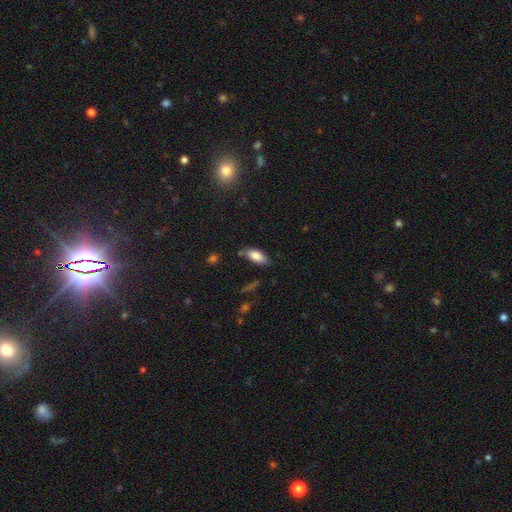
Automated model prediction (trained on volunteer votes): This is clearly a smooth galaxy (82%). How rounded: clearly in between (86%). Merging: likely none (72%).